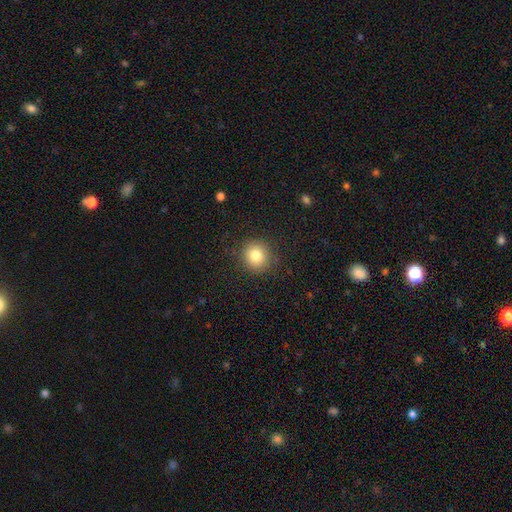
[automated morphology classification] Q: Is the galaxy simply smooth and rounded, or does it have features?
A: smooth — 81%.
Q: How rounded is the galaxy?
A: round — 91%.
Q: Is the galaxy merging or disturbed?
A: none — 89%.